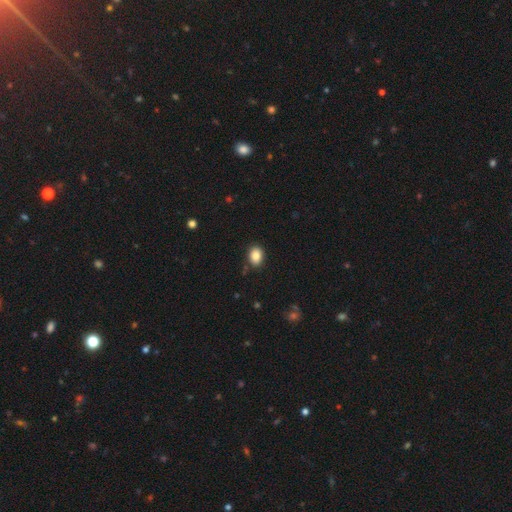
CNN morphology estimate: Smooth or featured: smooth — 86% (star or artifact — 9%)
How rounded: in between — 69% (round — 30%)
Merging: none — 84% (minor disturbance — 12%)